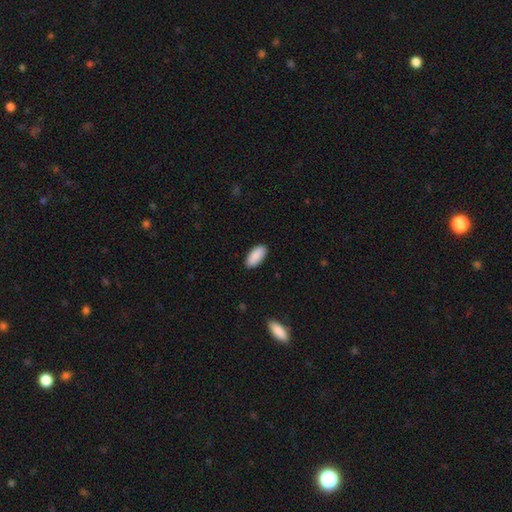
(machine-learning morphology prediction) Smooth or featured?
  - smooth: 91% *
  - star or artifact: 6%
  - featured or disk: 4%
How rounded?
  - in between: 92% *
  - cigar-shaped: 7%
  - round: 2%
Merging?
  - none: 90% *
  - minor disturbance: 8%
  - major disturbance: 2%
  - merger: 1%